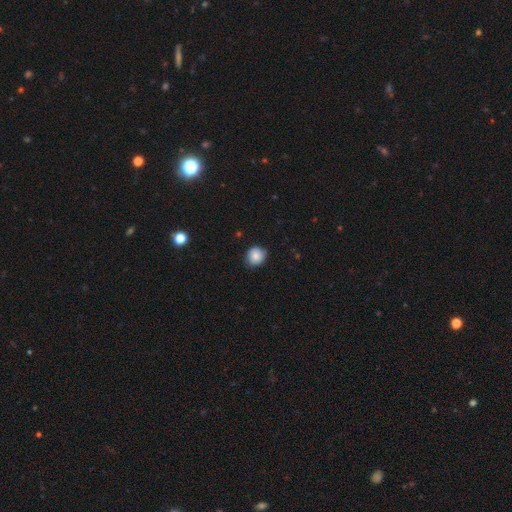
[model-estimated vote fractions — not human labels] Morphology: type=smooth (83%); roundness=round (84%); merging=none (79%).